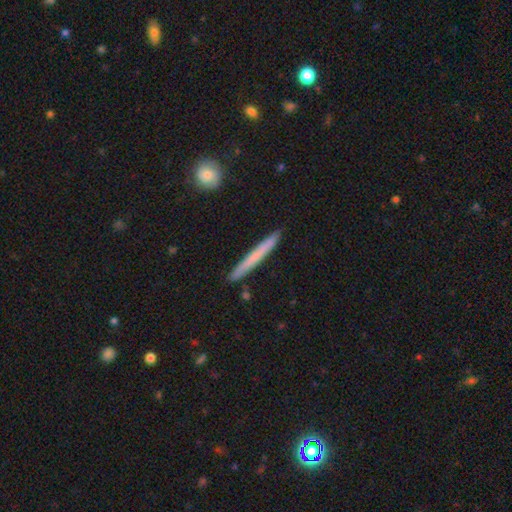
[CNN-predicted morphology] smooth_or_featured: smooth (p=0.60) [alt: featured or disk p=0.34]
how_rounded: cigar-shaped (p=0.97) [alt: in between p=0.02]
merging: none (p=0.90) [alt: minor disturbance p=0.07]